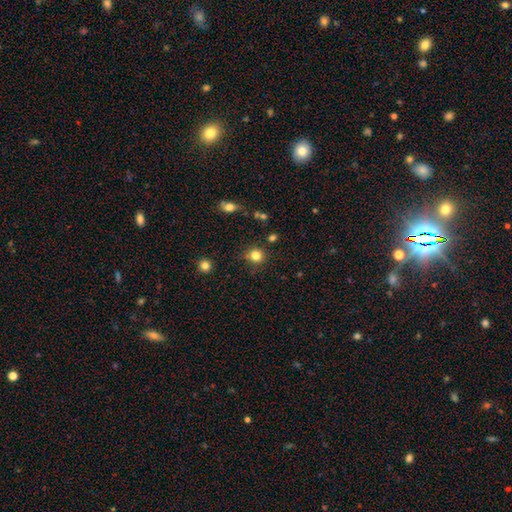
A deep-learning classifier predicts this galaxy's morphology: A smooth galaxy with no disk features (82%) that is round (90%). Merging: none (82%).